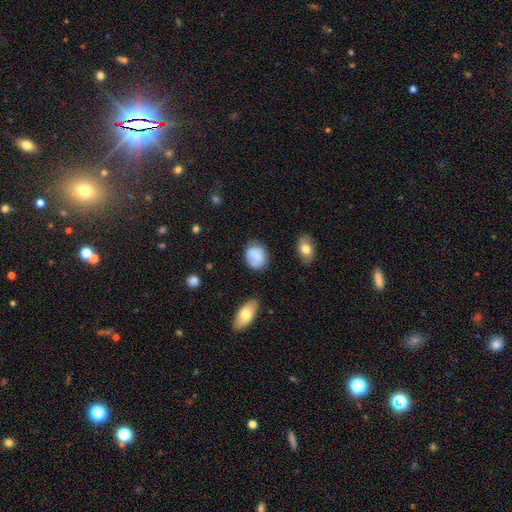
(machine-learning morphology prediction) smooth_or_featured: smooth (p=0.80) [alt: featured or disk p=0.12]
how_rounded: round (p=0.51) [alt: in between p=0.48]
merging: none (p=0.70) [alt: minor disturbance p=0.21]